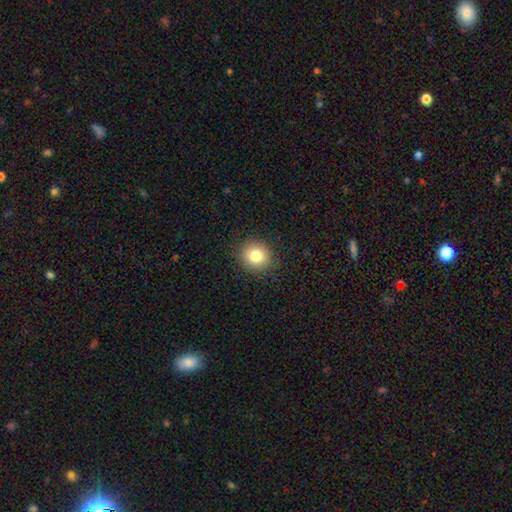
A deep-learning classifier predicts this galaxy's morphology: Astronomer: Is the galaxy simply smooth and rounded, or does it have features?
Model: smooth — 80%.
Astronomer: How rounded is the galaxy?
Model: round — 87%.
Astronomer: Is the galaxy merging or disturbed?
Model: none — 90%.